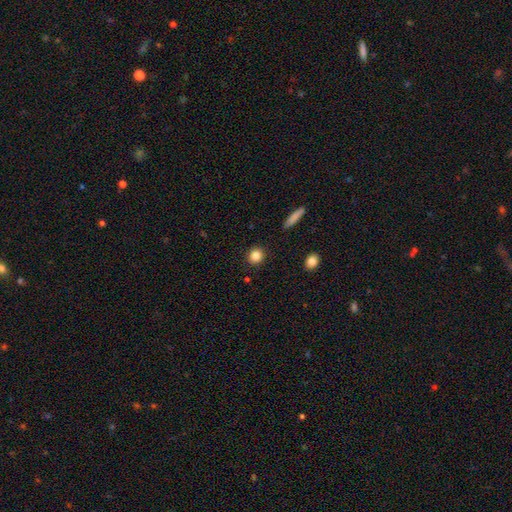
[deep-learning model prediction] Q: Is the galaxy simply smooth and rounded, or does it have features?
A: smooth — 84%.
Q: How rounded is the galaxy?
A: round — 85%.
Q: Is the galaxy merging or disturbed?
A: none — 90%.